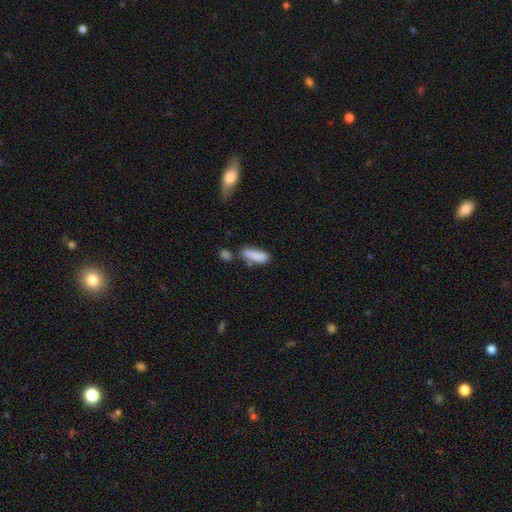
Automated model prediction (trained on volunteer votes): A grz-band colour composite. It shows a smooth galaxy with no disk features (84%) that is in between round and cigar-shaped (54%). Merging: none (49%).